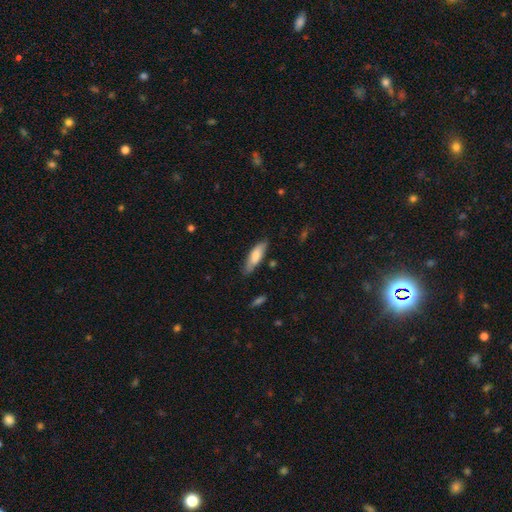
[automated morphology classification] This appears to be a smooth galaxy with no disk features (76%) that is cigar-shaped (51%). Merging: none (74%).